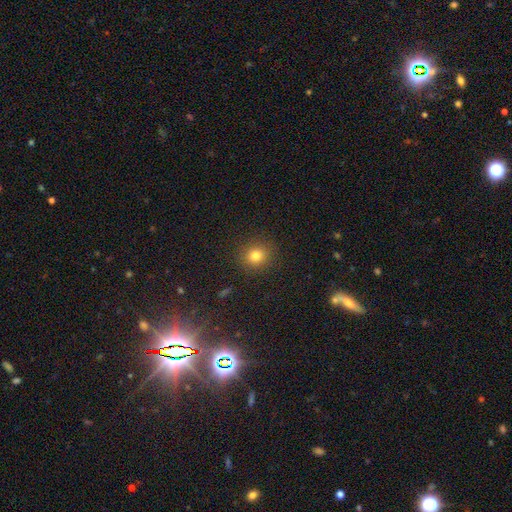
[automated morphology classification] Smooth or featured? Predicted: smooth (p=0.79). How rounded? Predicted: round (p=0.84). Merging? Predicted: none (p=0.89).